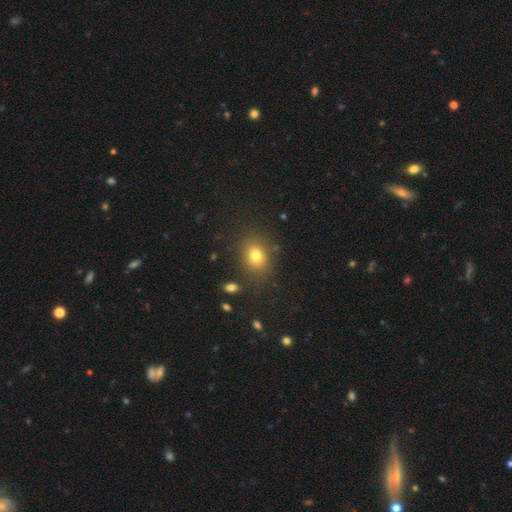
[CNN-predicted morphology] smooth_or_featured: smooth (p=0.77) [alt: star or artifact p=0.14]
how_rounded: round (p=0.54) [alt: in between p=0.45]
merging: none (p=0.82) [alt: minor disturbance p=0.11]